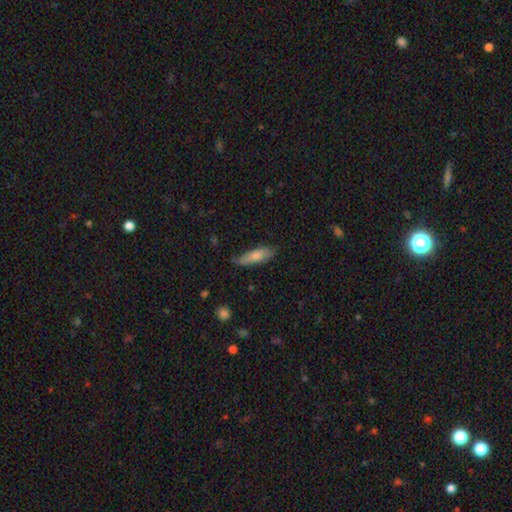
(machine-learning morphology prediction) Smooth or featured: smooth — 76% (featured or disk — 17%)
How rounded: cigar-shaped — 56% (in between — 42%)
Merging: none — 66% (minor disturbance — 27%)